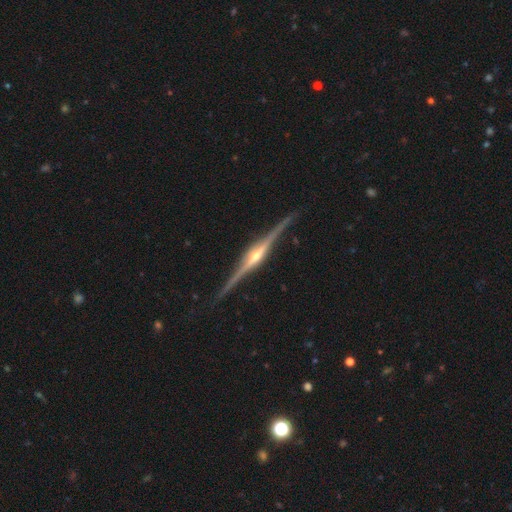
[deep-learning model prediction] A featured or disk galaxy (90%) viewed edge-on (98%) with a rounded central bulge (85%). Merging: none (89%).